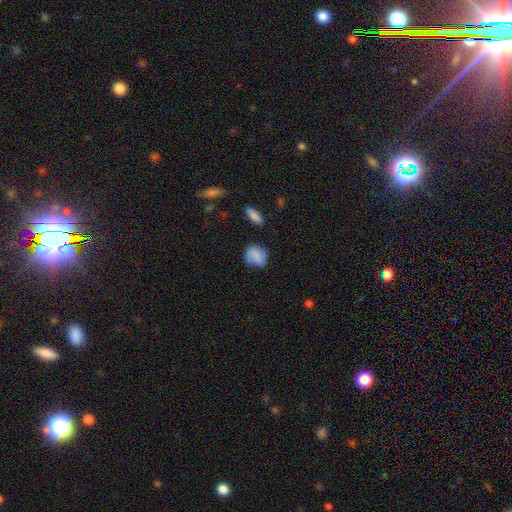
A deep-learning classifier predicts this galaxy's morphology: type=smooth (77%); roundness=round (67%); merging=none (71%).